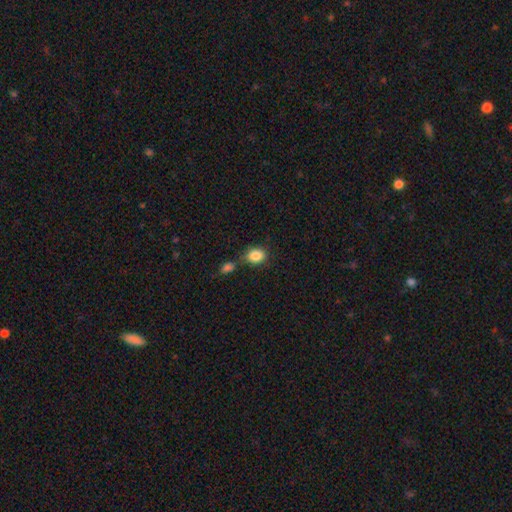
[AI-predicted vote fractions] This is clearly a smooth galaxy (86%). How rounded: possibly in between (59%). Merging: likely none (62%).